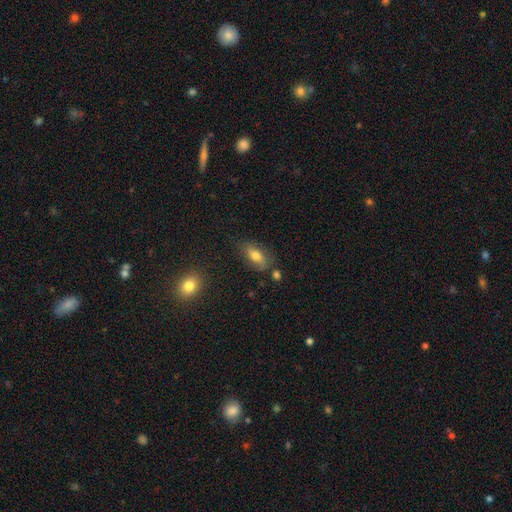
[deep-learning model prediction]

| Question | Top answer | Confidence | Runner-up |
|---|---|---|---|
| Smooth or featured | smooth | 69% | featured or disk (22%) |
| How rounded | in between | 84% | cigar-shaped (11%) |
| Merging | none | 70% | minor disturbance (19%) |